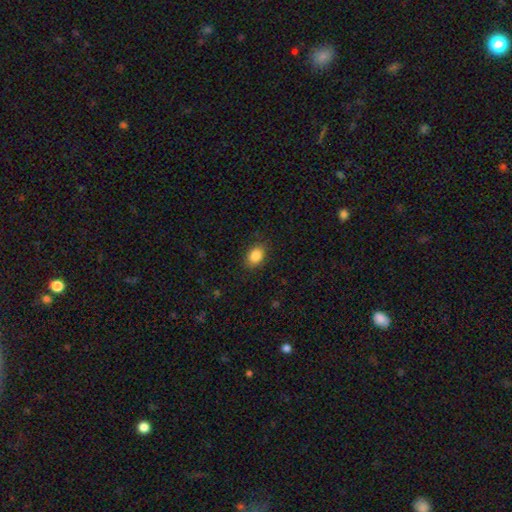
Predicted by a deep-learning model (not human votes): Smooth or featured: smooth — 87% (star or artifact — 8%)
How rounded: in between — 74% (round — 25%)
Merging: none — 85% (minor disturbance — 11%)